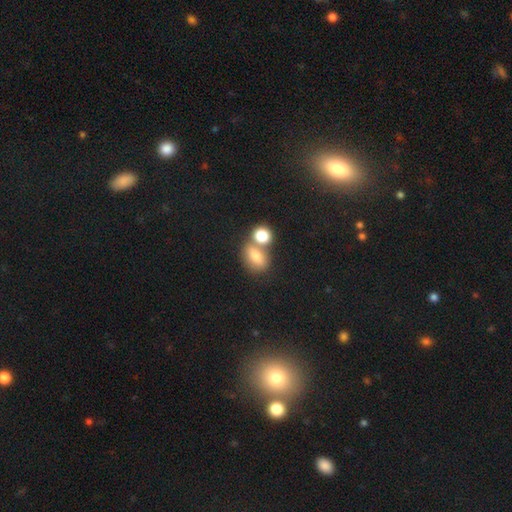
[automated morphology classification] type=smooth (76%); roundness=in between (69%); merging=merger (43%).